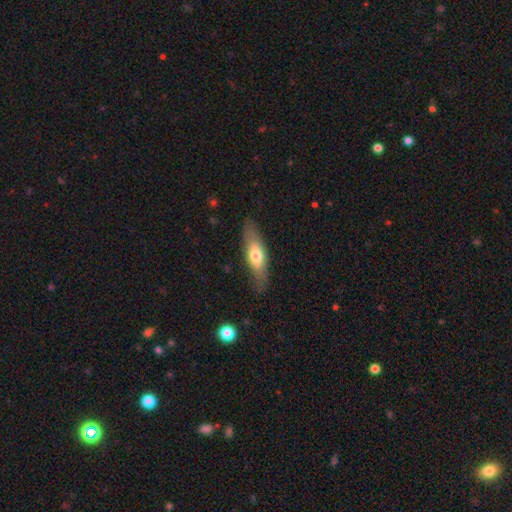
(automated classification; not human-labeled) Smooth or featured: smooth — 58% (featured or disk — 36%)
How rounded: in between — 52% (cigar-shaped — 46%)
Merging: none — 81% (minor disturbance — 14%)